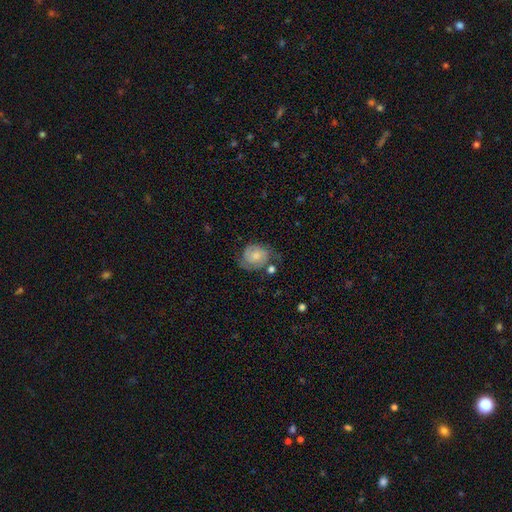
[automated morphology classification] Smooth or featured? Predicted: featured or disk (p=0.61). Edge-on disk? Predicted: no (p=0.97). Bar? Predicted: no (p=0.72). Spiral arms? Predicted: yes (p=0.88). Spiral winding? Predicted: tight (p=0.51). Spiral arm count? Predicted: 2 (p=0.66). Bulge size? Predicted: moderate (p=0.42). Merging? Predicted: none (p=0.49).